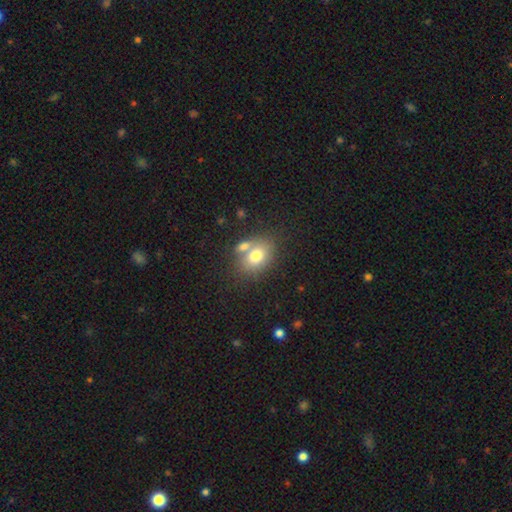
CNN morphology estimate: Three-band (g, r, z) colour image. It shows a smooth galaxy with no disk features (75%) that is in between round and cigar-shaped (69%). Merging: none (52%).